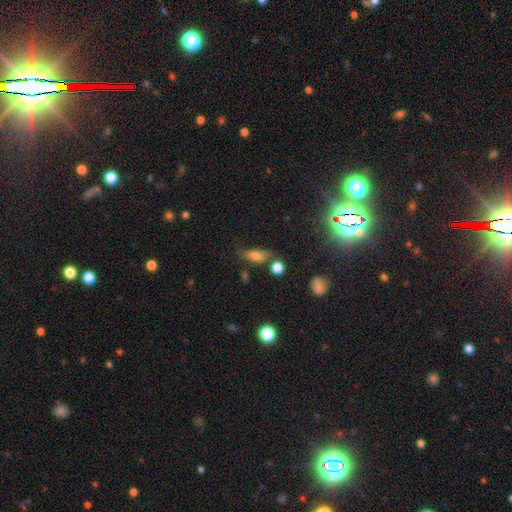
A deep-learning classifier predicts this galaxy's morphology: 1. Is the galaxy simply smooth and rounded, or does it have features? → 64% smooth, 20% featured or disk, 16% star or artifact.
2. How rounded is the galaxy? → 67% in between, 23% cigar-shaped, 10% round.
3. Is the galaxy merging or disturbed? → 54% none, 26% minor disturbance, 12% major disturbance, 9% merger.